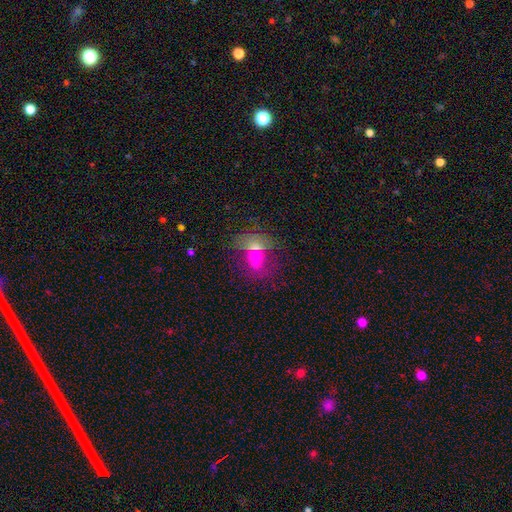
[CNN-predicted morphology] Smooth or featured: smooth — 51% (featured or disk — 28%)
How rounded: in between — 56% (round — 39%)
Merging: none — 51% (merger — 25%)